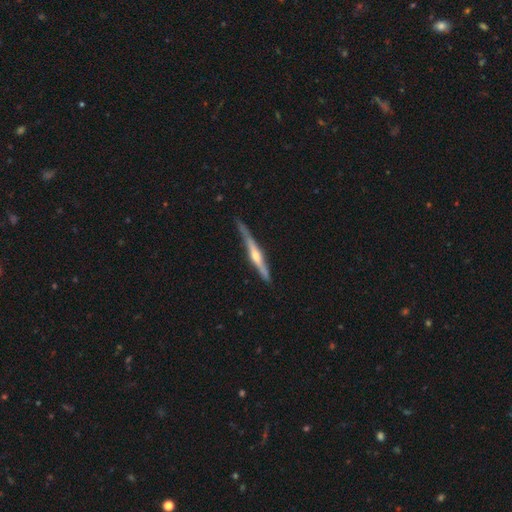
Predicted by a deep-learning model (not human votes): Smooth or featured? featured or disk (75%)
Edge-on disk? yes (97%)
Edge-on bulge? rounded (84%)
Merging? none (76%)